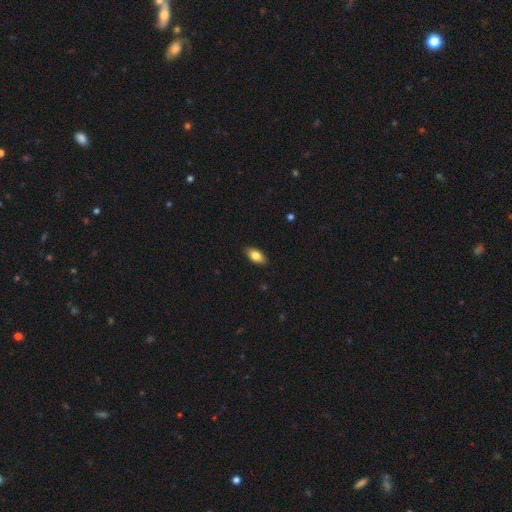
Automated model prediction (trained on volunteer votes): smooth-or-featured: smooth: 81% | featured or disk: 12% | star or artifact: 7%
  how-rounded: in between: 90% | cigar-shaped: 6% | round: 3%
  merging: none: 88% | minor disturbance: 9% | major disturbance: 2% | merger: 1%